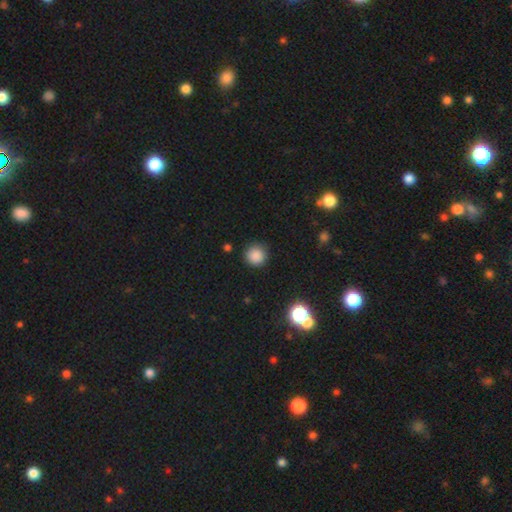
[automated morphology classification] Smooth or featured? Predicted: smooth (p=0.86). How rounded? Predicted: round (p=0.94). Merging? Predicted: none (p=0.88).